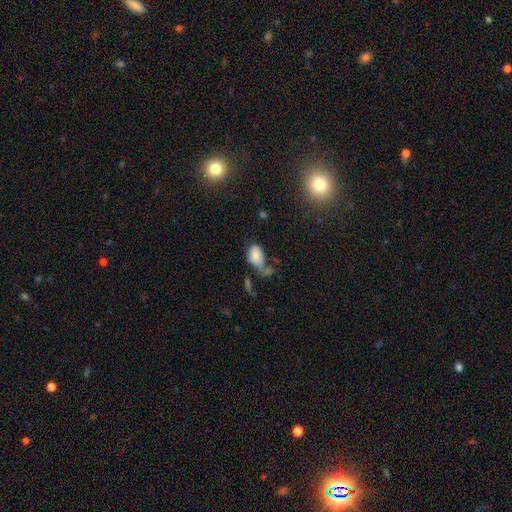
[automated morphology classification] A smooth galaxy with no disk features (78%) that is in between round and cigar-shaped (90%). Merging: none (28%).